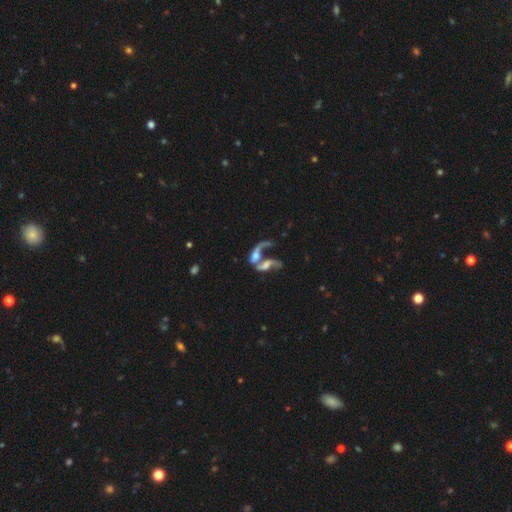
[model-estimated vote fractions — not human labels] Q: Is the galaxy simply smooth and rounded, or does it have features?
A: featured or disk — 62%.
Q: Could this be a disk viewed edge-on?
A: no — 90%.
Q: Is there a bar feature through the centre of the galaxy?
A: no — 59%.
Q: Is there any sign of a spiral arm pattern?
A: yes — 68%.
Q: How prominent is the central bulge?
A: moderate — 33%.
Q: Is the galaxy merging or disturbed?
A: merger — 70%.